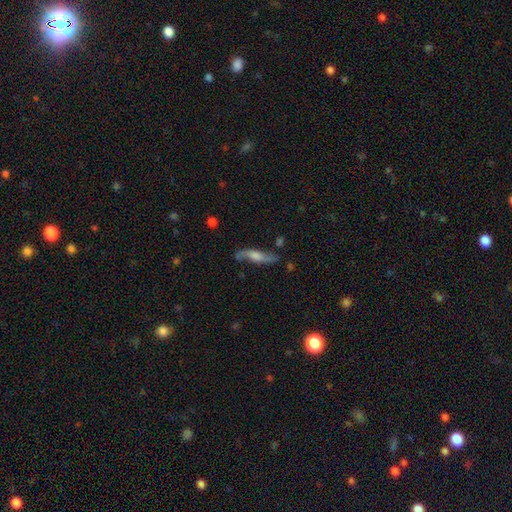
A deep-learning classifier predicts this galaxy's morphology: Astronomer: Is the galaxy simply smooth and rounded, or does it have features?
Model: featured or disk — 69%.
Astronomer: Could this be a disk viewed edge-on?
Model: yes — 55% (runner-up: no, 45%).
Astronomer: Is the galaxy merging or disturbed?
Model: none — 76%.